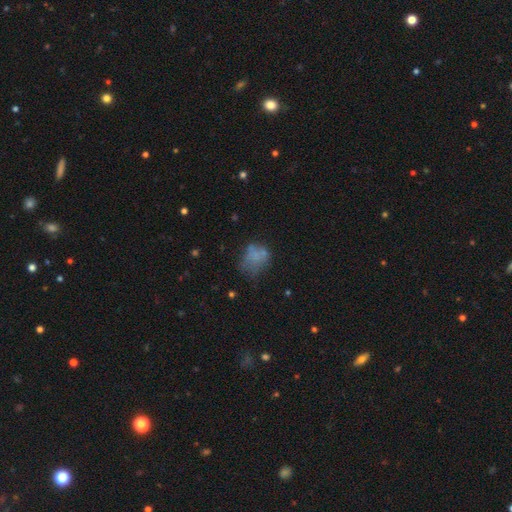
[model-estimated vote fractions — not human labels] Smooth or featured? smooth (60%)
How rounded? in between (52%)
Merging? none (40%)